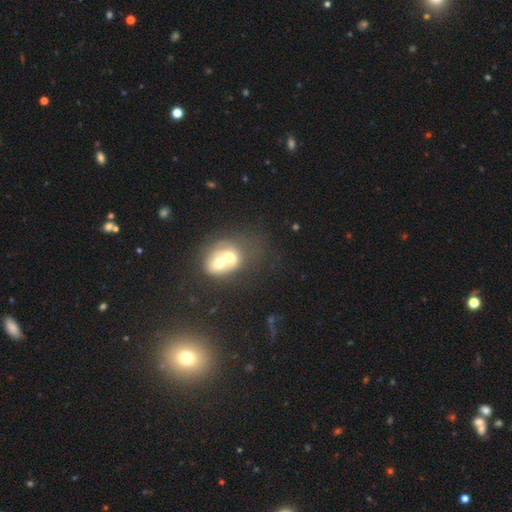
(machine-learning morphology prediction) Q: Smooth or featured?
A: smooth (52%); runner-up: star or artifact (28%)
Q: How rounded?
A: round (59%); runner-up: in between (39%)
Q: Merging?
A: merger (58%); runner-up: none (29%)